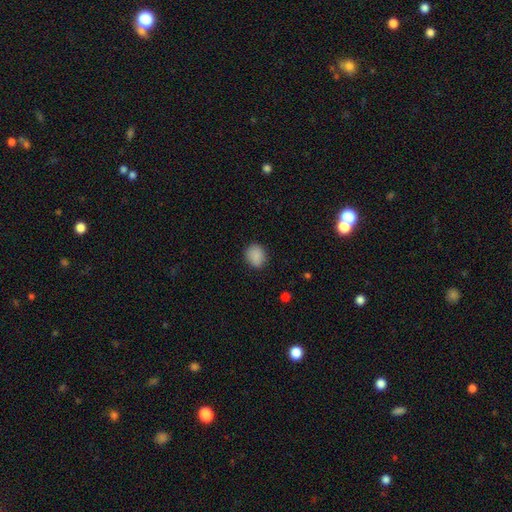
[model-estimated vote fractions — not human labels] Overall: smooth (88%). How rounded: round (64%; in between 35%). Merging: none (86%).